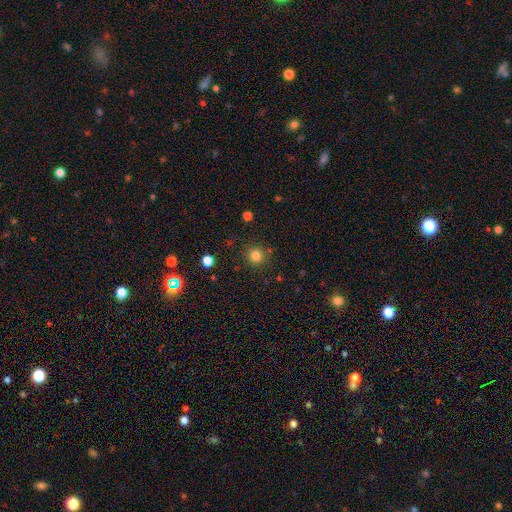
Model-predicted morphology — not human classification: Overall: smooth (82%). How rounded: round (93%). Merging: none (85%).